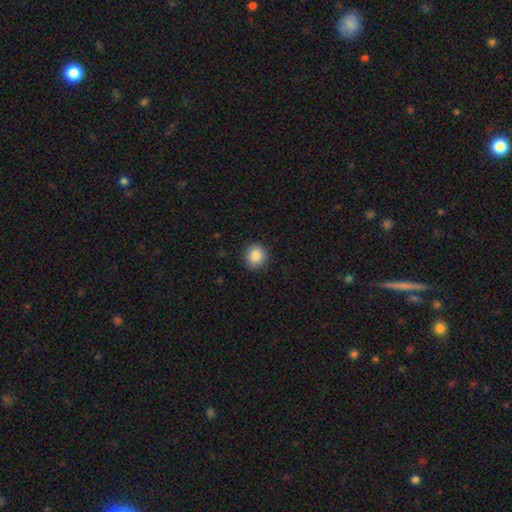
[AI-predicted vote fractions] The model was most divided on "how rounded": round: 82%, in between: 17%, cigar-shaped: 1%. More confident: merging — none (89%); smooth or featured — smooth (86%).